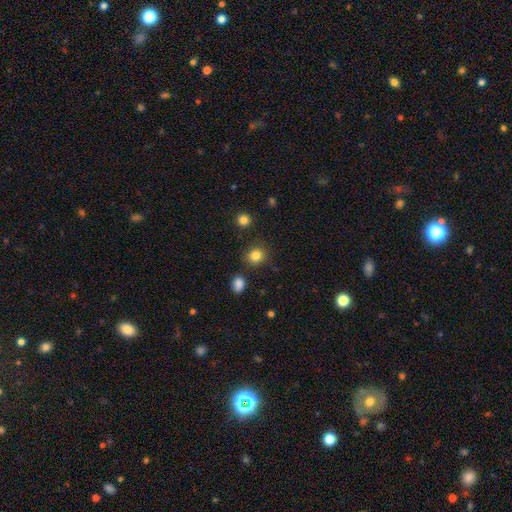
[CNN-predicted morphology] smooth 83%, star or artifact 11%, featured or disk 5%. Down the decision tree: how rounded — round (84%); merging — none (86%).